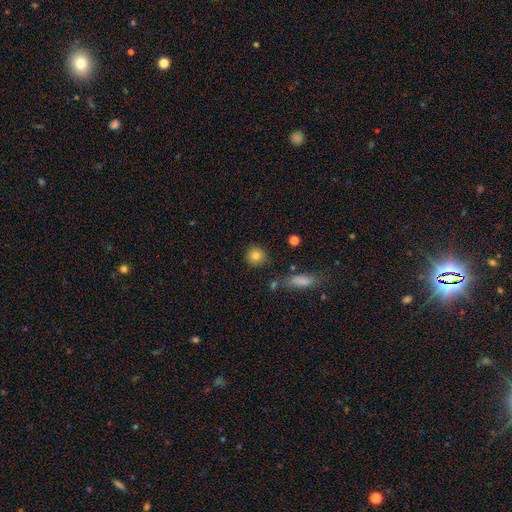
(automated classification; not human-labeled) smooth_or_featured: smooth (p=0.82) [alt: star or artifact p=0.10]
how_rounded: round (p=0.90) [alt: in between p=0.09]
merging: none (p=0.84) [alt: minor disturbance p=0.09]